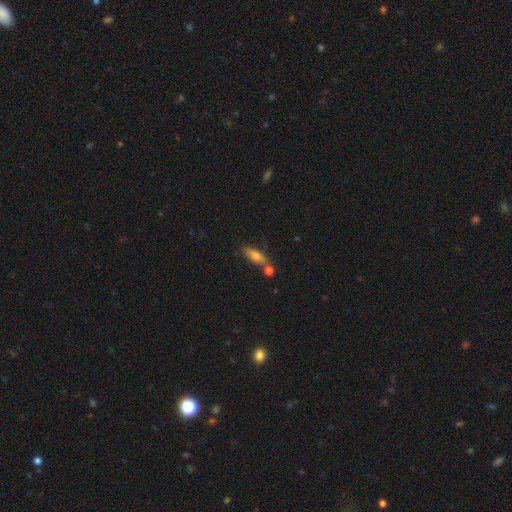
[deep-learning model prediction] This is likely a smooth galaxy (61%). How rounded: possibly cigar-shaped (53%). Merging: likely none (64%).